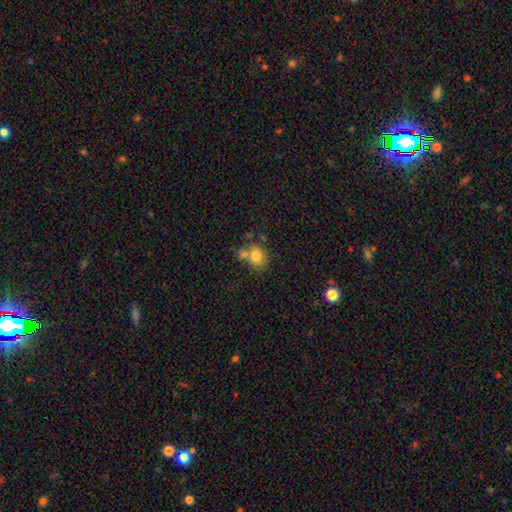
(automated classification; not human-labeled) This appears to be a smooth galaxy with no disk features (78%) that is round (52%). Merging: none (49%).